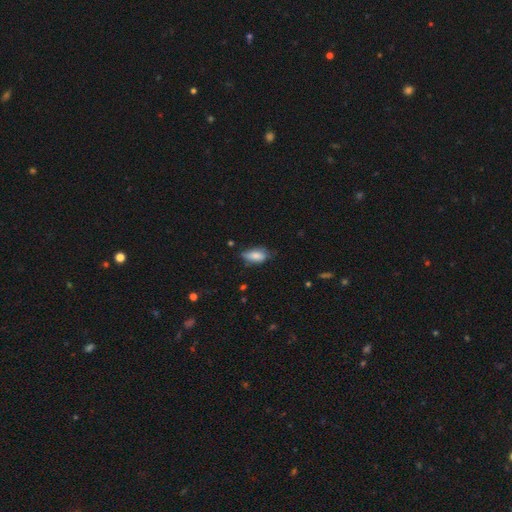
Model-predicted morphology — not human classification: Q: Smooth or featured?
A: smooth (80%); runner-up: featured or disk (12%)
Q: How rounded?
A: in between (87%); runner-up: cigar-shaped (10%)
Q: Merging?
A: none (58%); runner-up: minor disturbance (33%)